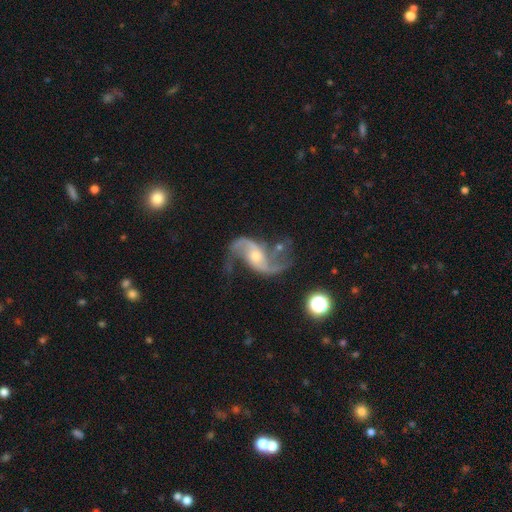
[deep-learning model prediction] Smooth or featured: featured or disk — 91% (star or artifact — 5%)
Edge-on disk: no — 97% (yes — 3%)
Bar: no — 46% (weak — 36%)
Spiral arms: yes — 97% (no — 3%)
Spiral winding: loose — 76% (medium — 20%)
Spiral arm count: 2 — 94% (1 — 2%)
Bulge size: moderate — 47% (small — 46%)
Merging: none — 64% (minor disturbance — 17%)